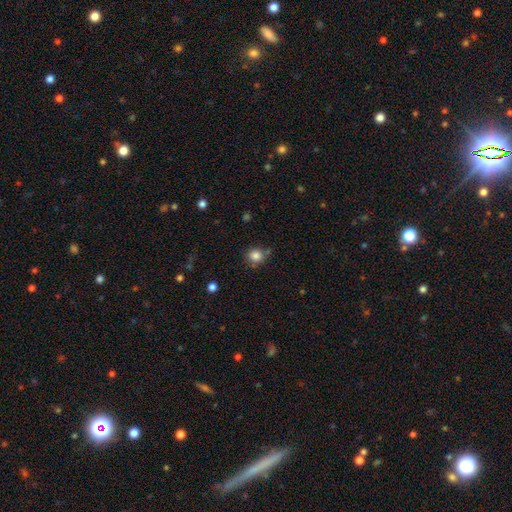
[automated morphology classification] This appears to be a smooth galaxy with no disk features (83%) that is round (88%). Merging: none (75%).